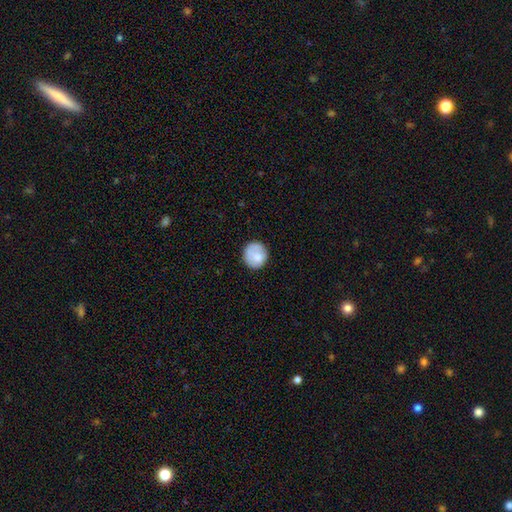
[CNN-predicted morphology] Overall: smooth (75%). How rounded: round (84%). Merging: none (72%).